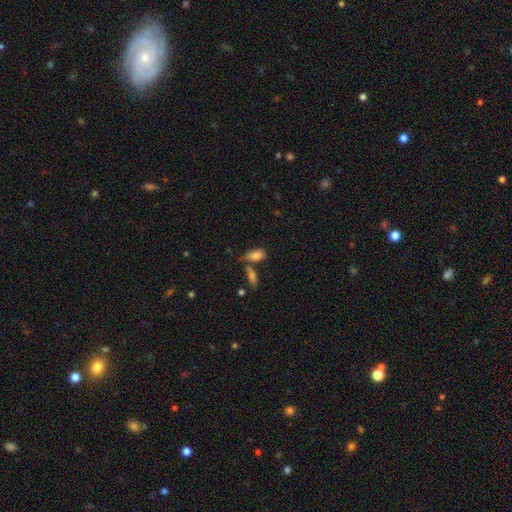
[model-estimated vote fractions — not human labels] Smooth or featured: smooth — 81% (featured or disk — 10%)
How rounded: in between — 86% (cigar-shaped — 10%)
Merging: none — 45% (merger — 30%)